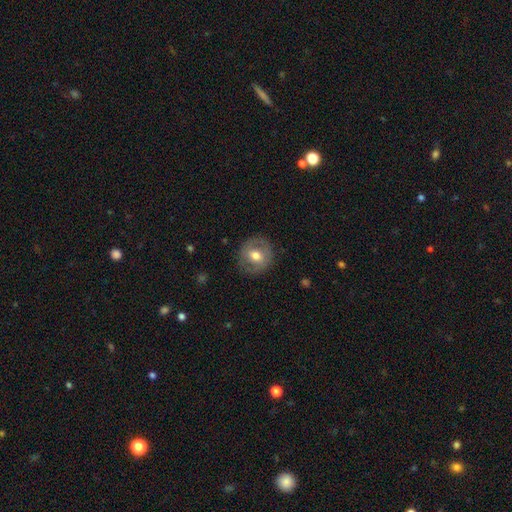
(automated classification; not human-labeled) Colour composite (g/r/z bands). It shows a smooth galaxy with no disk features (53%) that is round (84%). Merging: none (83%).